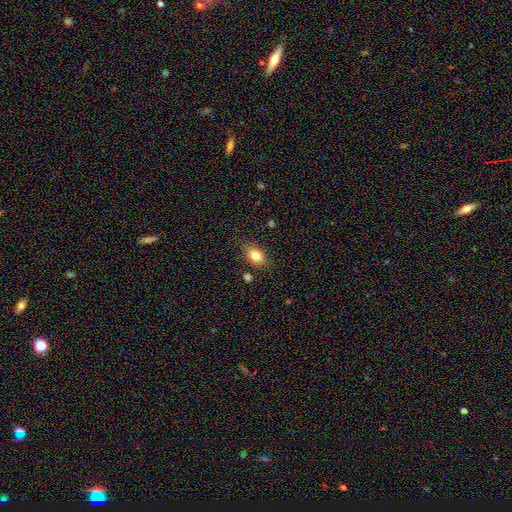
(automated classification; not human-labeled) Overall: smooth (82%). How rounded: in between (77%). Merging: none (81%).